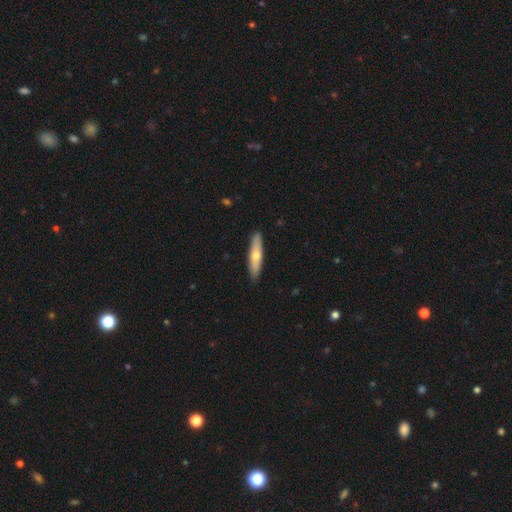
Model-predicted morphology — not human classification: Smooth or featured? smooth (55%)
How rounded? cigar-shaped (82%)
Merging? none (90%)